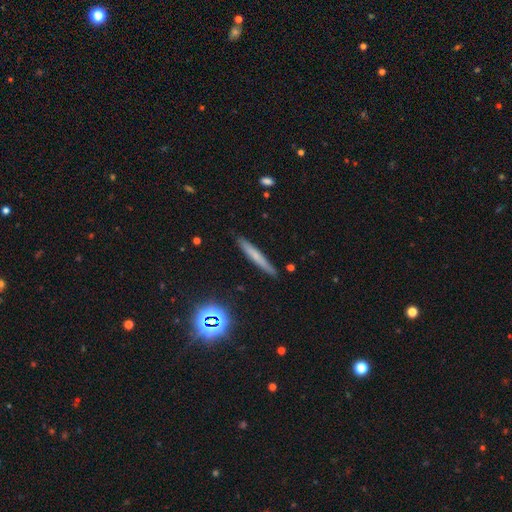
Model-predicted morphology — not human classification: smooth_or_featured: smooth (p=0.59) [alt: featured or disk p=0.31]
how_rounded: cigar-shaped (p=0.95) [alt: in between p=0.03]
merging: none (p=0.89) [alt: minor disturbance p=0.08]